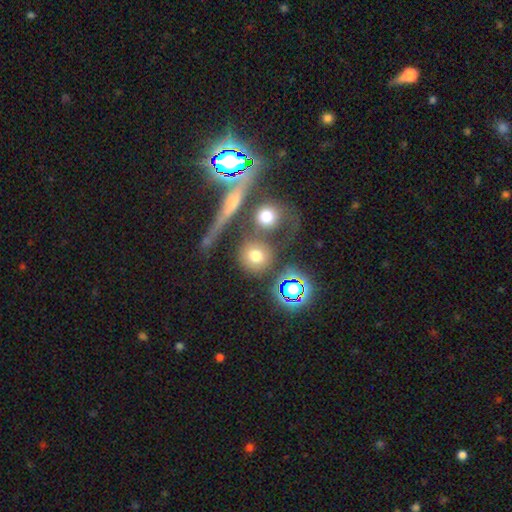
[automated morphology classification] This appears to be a smooth galaxy with no disk features (69%) that is round (87%). Merging: none (64%).